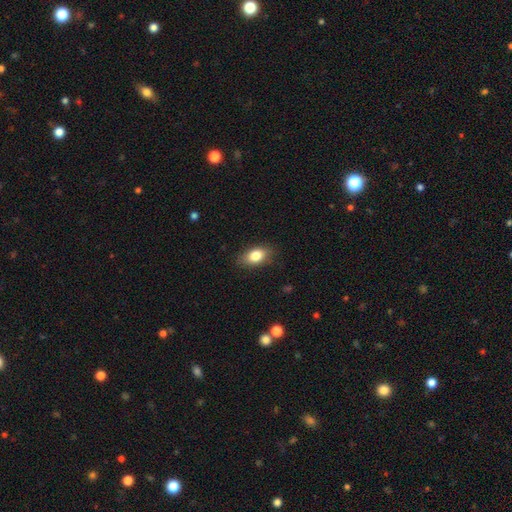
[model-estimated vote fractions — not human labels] Overall: smooth (82%). How rounded: in between (87%). Merging: none (84%).